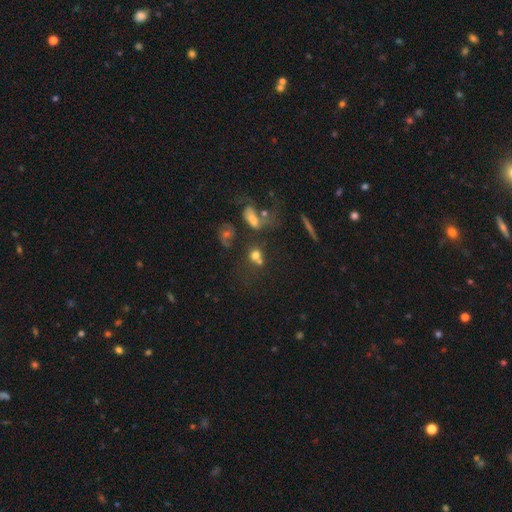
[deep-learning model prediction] The model was most divided on "merging": none: 41%, merger: 36%, minor disturbance: 13%, major disturbance: 11%. More confident: how rounded — round (69%); smooth or featured — smooth (67%).